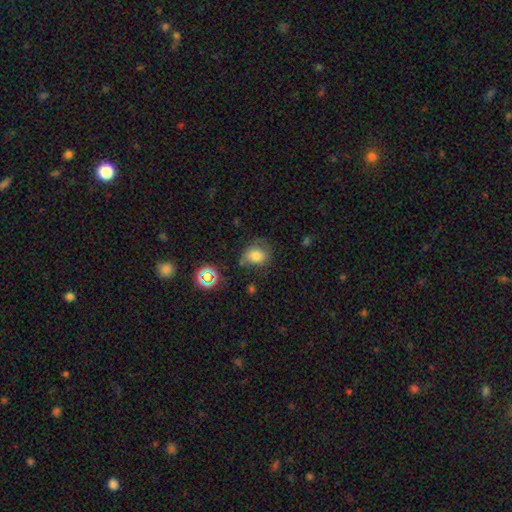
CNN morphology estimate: type=smooth (72%); roundness=in between (50%); merging=none (57%).